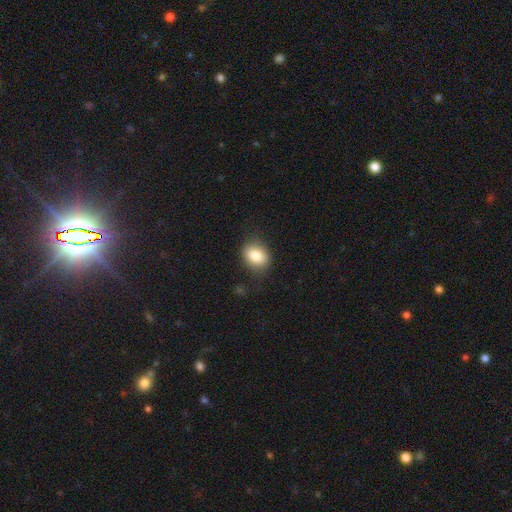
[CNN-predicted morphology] smooth_or_featured: smooth (p=0.81) [alt: featured or disk p=0.09]
how_rounded: in between (p=0.55) [alt: round p=0.44]
merging: none (p=0.80) [alt: minor disturbance p=0.15]